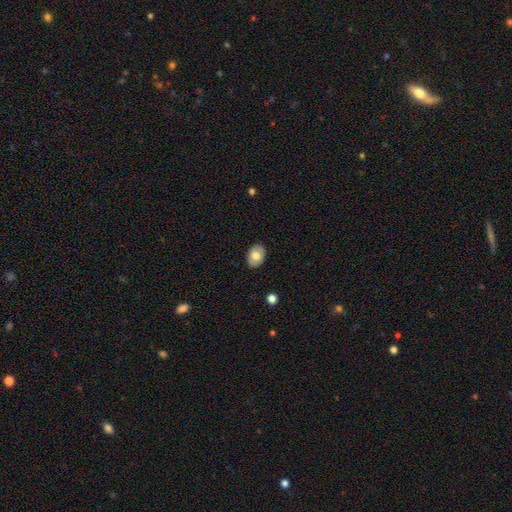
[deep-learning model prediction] smooth-or-featured: smooth: 73% | featured or disk: 21% | star or artifact: 7%
  how-rounded: in between: 79% | round: 20% | cigar-shaped: 1%
  merging: none: 88% | minor disturbance: 9% | major disturbance: 2% | merger: 1%